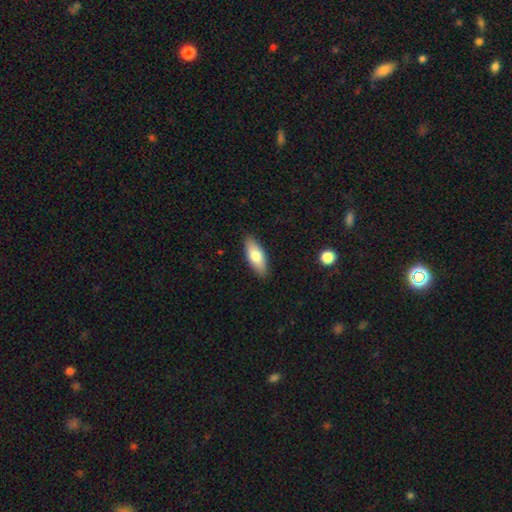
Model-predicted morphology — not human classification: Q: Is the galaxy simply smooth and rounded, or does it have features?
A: smooth — 77%.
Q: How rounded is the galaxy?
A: in between — 71%.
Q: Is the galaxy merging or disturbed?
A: none — 88%.